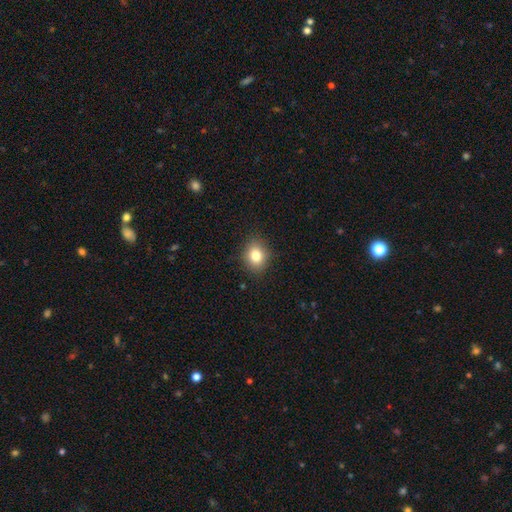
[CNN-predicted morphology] This appears to be a smooth galaxy with no disk features (81%) that is round (51%). Merging: none (88%).